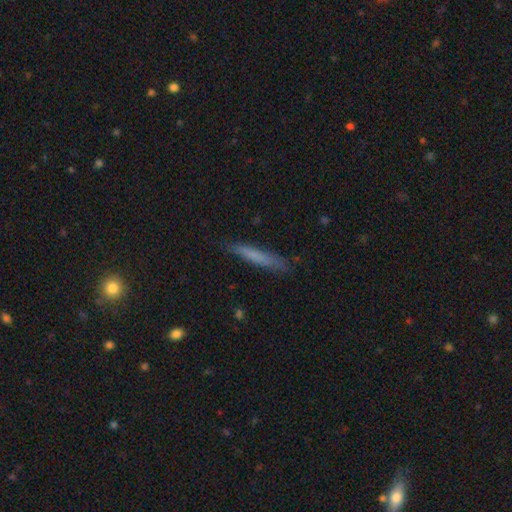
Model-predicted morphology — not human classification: Smooth or featured? Predicted: smooth (p=0.69). How rounded? Predicted: cigar-shaped (p=0.95). Merging? Predicted: none (p=0.83).